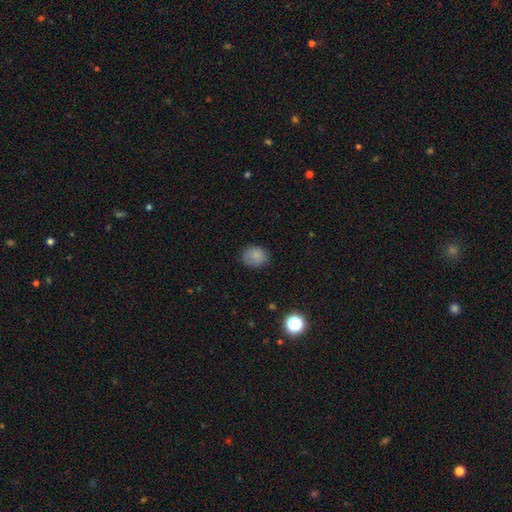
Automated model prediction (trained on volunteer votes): Smooth or featured? smooth (82%)
How rounded? round (58%)
Merging? none (76%)